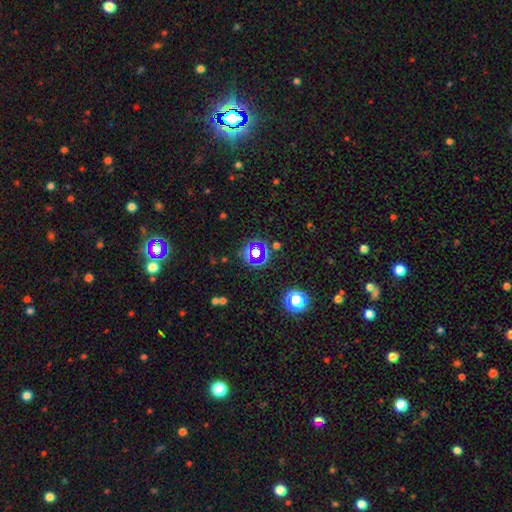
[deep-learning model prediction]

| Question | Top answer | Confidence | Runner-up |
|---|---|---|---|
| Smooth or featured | star or artifact | 62% | smooth (26%) |